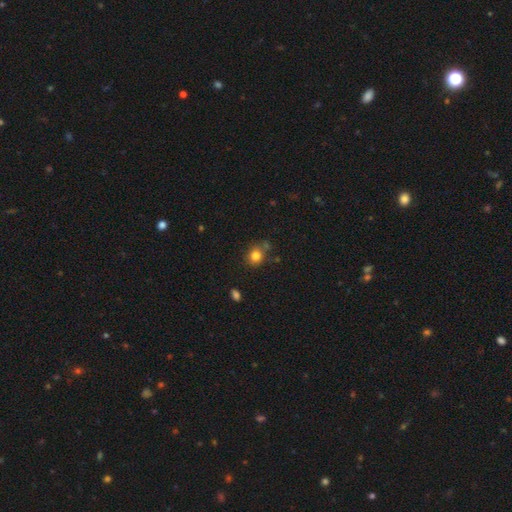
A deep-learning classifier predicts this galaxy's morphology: Smooth or featured? smooth (81%)
How rounded? round (76%)
Merging? none (71%)